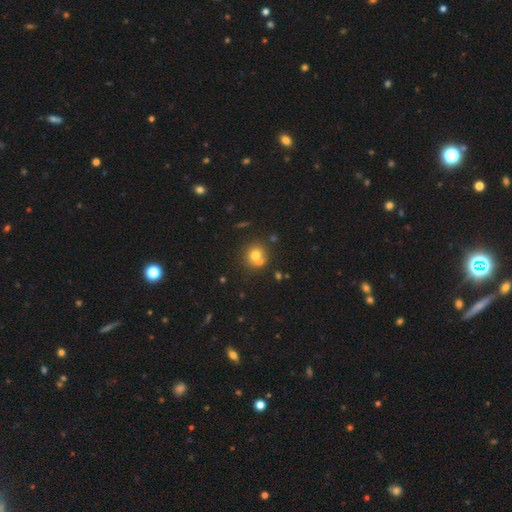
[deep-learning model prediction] This is likely a smooth galaxy (72%). How rounded: clearly round (84%). Merging: possibly none (59%).